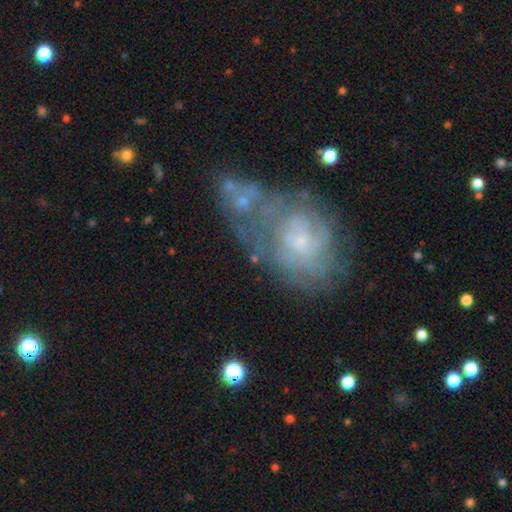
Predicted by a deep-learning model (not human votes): smooth_or_featured: featured or disk (p=0.57) [alt: smooth p=0.31]
disk_edge_on: no (p=0.96) [alt: yes p=0.04]
bar: no (p=0.80) [alt: weak p=0.16]
has_spiral_arms: yes (p=0.56) [alt: no p=0.44]
bulge_size: small (p=0.54) [alt: moderate p=0.24]
merging: none (p=0.35) [alt: merger p=0.32]